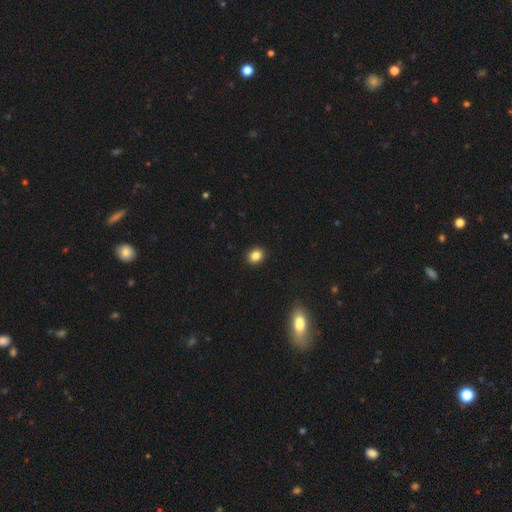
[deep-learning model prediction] Smooth or featured? Predicted: smooth (p=0.84). How rounded? Predicted: round (p=0.68). Merging? Predicted: none (p=0.92).